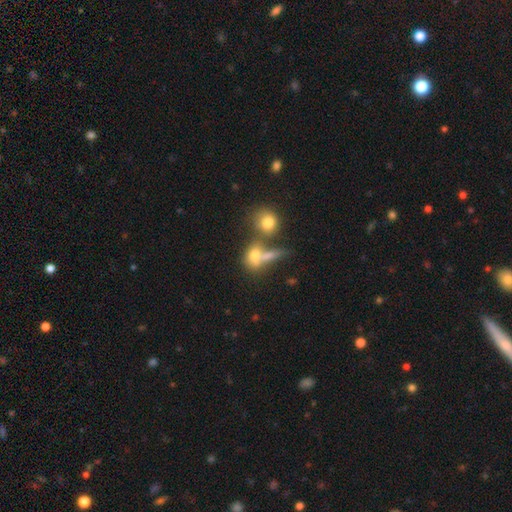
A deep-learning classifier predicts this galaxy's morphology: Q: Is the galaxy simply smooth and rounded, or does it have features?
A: smooth — 70%.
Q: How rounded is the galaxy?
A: in between — 50%.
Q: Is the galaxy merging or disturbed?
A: merger — 46%.